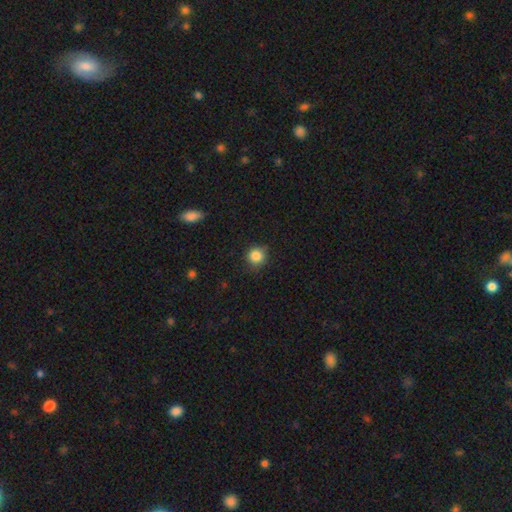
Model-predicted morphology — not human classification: Smooth or featured?
  - smooth: 86% *
  - star or artifact: 10%
  - featured or disk: 4%
How rounded?
  - round: 91% *
  - in between: 8%
  - cigar-shaped: 1%
Merging?
  - none: 84% *
  - minor disturbance: 12%
  - major disturbance: 3%
  - merger: 1%